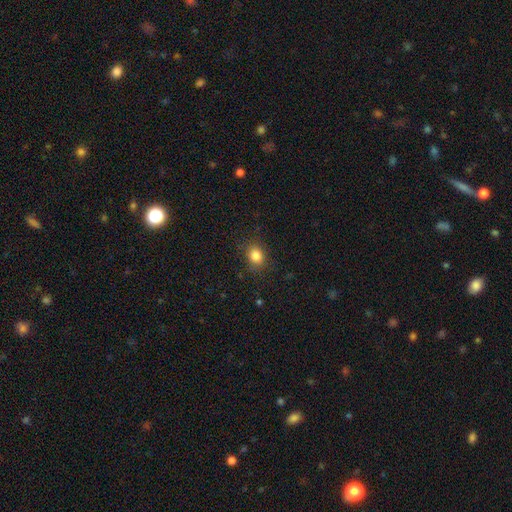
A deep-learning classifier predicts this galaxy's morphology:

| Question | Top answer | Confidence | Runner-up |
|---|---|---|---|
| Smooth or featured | smooth | 84% | star or artifact (11%) |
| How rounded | round | 53% | in between (46%) |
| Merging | none | 85% | minor disturbance (11%) |